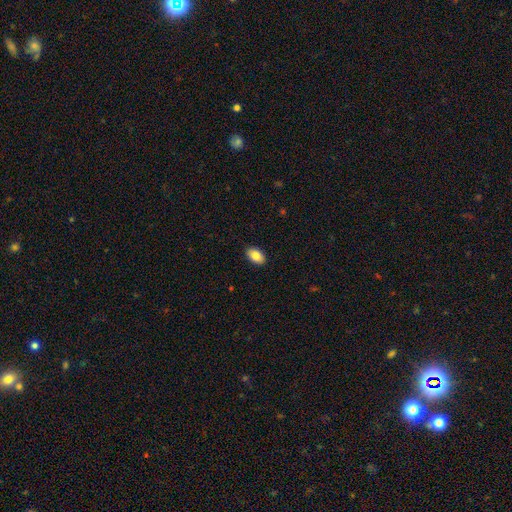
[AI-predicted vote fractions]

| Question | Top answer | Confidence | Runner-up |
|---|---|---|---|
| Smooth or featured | smooth | 85% | featured or disk (8%) |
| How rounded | in between | 92% | round (7%) |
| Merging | none | 89% | minor disturbance (8%) |